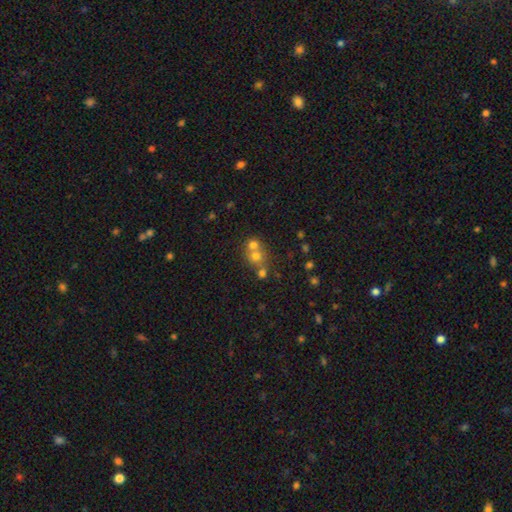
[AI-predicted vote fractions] Q: Smooth or featured?
A: smooth (63%); runner-up: star or artifact (19%)
Q: How rounded?
A: round (82%); runner-up: in between (17%)
Q: Merging?
A: merger (53%); runner-up: none (39%)